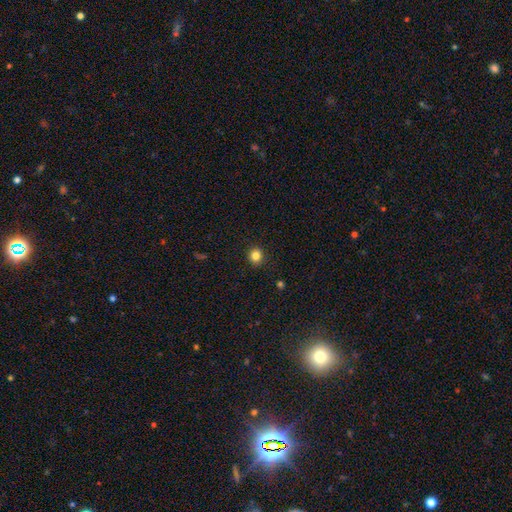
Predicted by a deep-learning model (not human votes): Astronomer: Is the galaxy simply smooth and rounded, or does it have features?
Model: smooth — 84%.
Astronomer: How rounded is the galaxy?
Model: round — 87%.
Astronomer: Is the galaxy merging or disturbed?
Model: none — 91%.